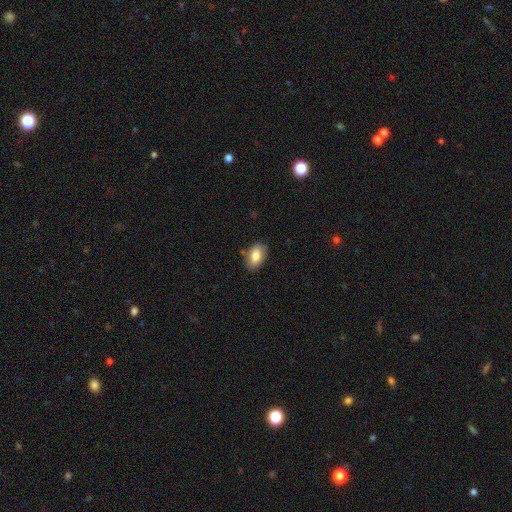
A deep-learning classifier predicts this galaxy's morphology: Smooth or featured? Predicted: smooth (p=0.82). How rounded? Predicted: in between (p=0.91). Merging? Predicted: none (p=0.80).